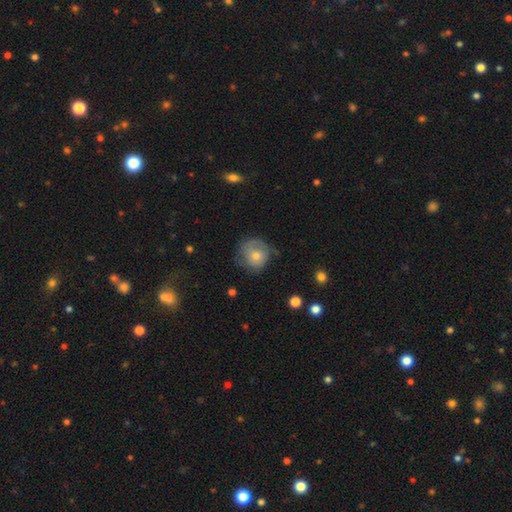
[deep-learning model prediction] smooth-or-featured: smooth: 62% | featured or disk: 30% | star or artifact: 8%
  how-rounded: round: 86% | in between: 14% | cigar-shaped: 1%
  merging: none: 57% | minor disturbance: 29% | major disturbance: 13% | merger: 2%